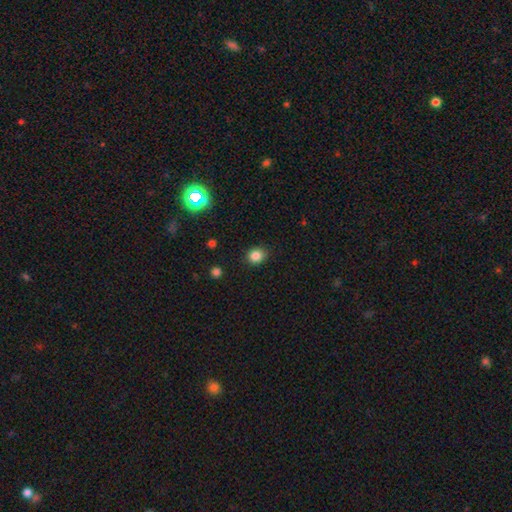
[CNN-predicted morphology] A smooth galaxy with no disk features (84%) that is round (68%). Merging: none (87%).